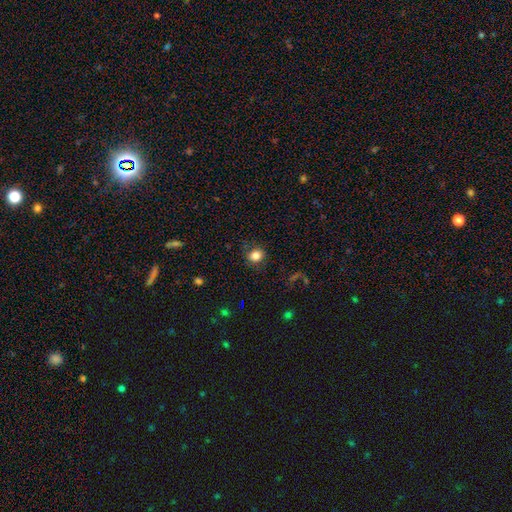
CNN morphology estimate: Smooth or featured? Predicted: smooth (p=0.83). How rounded? Predicted: round (p=0.65). Merging? Predicted: none (p=0.84).